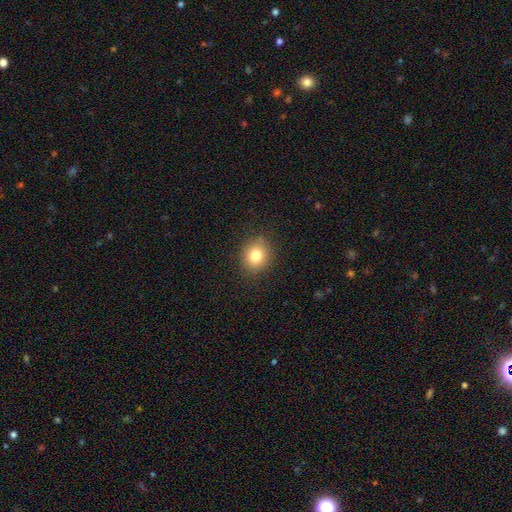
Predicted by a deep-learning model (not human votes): This appears to be a smooth galaxy with no disk features (80%) that is round (73%). Merging: none (87%).